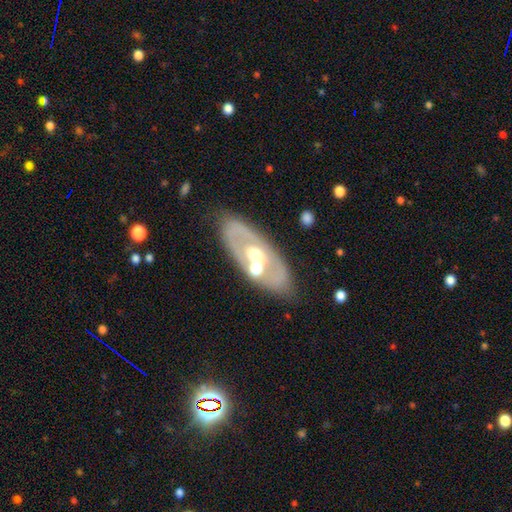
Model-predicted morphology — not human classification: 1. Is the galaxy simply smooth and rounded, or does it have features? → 62% featured or disk, 32% smooth, 7% star or artifact.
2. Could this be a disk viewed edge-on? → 84% no, 16% yes.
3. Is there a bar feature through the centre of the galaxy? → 86% no, 10% weak, 4% strong.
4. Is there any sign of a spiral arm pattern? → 87% no, 13% yes.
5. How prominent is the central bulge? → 74% moderate, 12% small, 11% large, 2% dominant, 2% none.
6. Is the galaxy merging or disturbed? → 68% none, 15% minor disturbance, 12% merger, 6% major disturbance.